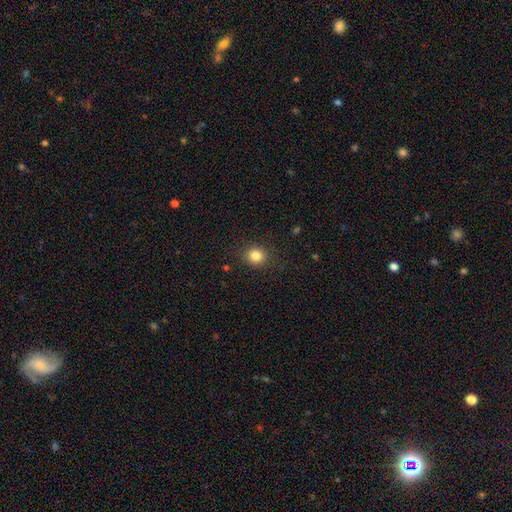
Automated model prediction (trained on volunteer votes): Overall: smooth (83%). How rounded: round (84%). Merging: none (88%).